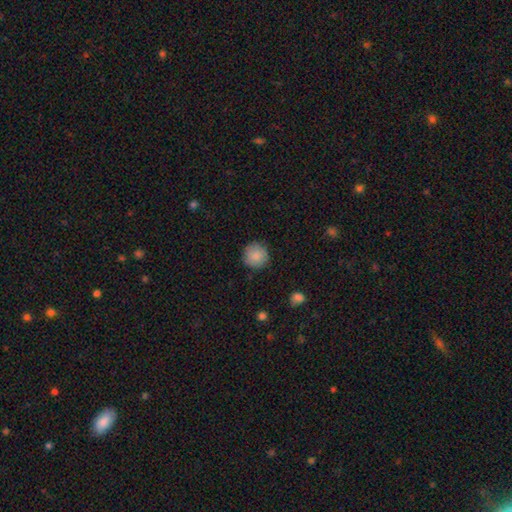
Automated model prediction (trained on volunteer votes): Q: Smooth or featured?
A: smooth (87%); runner-up: star or artifact (7%)
Q: How rounded?
A: round (94%); runner-up: in between (5%)
Q: Merging?
A: none (87%); runner-up: minor disturbance (10%)